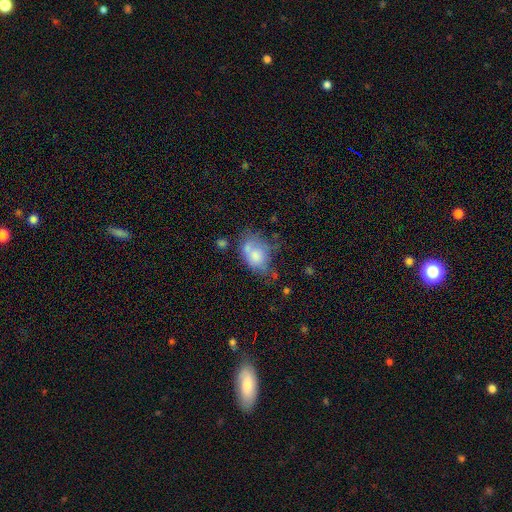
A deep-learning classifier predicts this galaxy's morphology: Overall: smooth (67%). How rounded: in between (74%). Merging: none (32%; minor disturbance 27%).